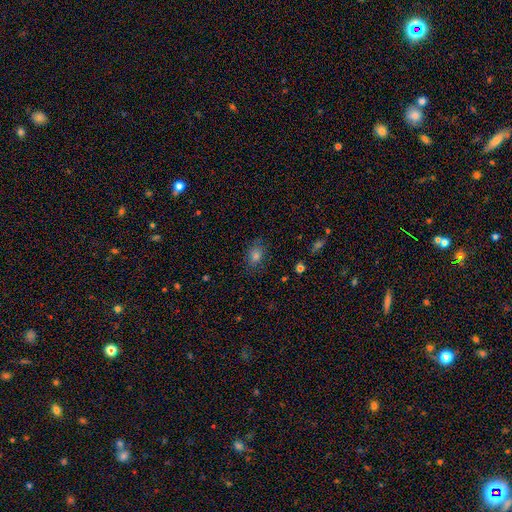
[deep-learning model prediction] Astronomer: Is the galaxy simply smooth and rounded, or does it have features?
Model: smooth — 68%.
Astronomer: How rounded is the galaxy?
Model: in between — 59% (runner-up: round, 39%).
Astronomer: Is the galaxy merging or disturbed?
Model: none — 79%.